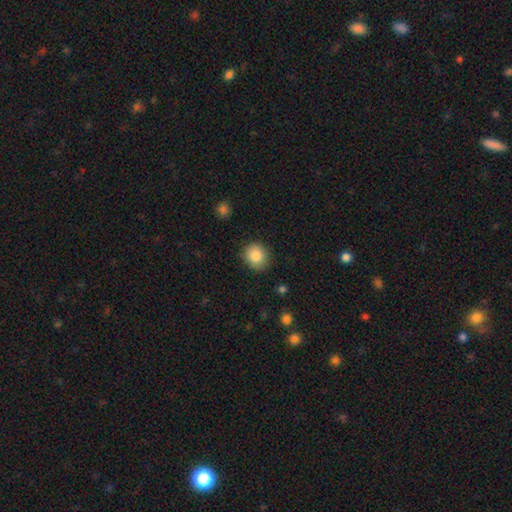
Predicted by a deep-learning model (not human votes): The model was most divided on "how rounded": round: 75%, in between: 24%, cigar-shaped: 1%. More confident: smooth or featured — smooth (86%); merging — none (85%).